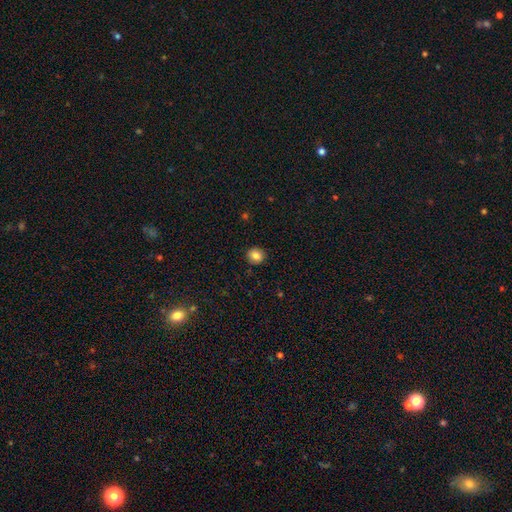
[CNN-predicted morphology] This is clearly a smooth galaxy (84%). How rounded: clearly round (86%). Merging: clearly none (91%).